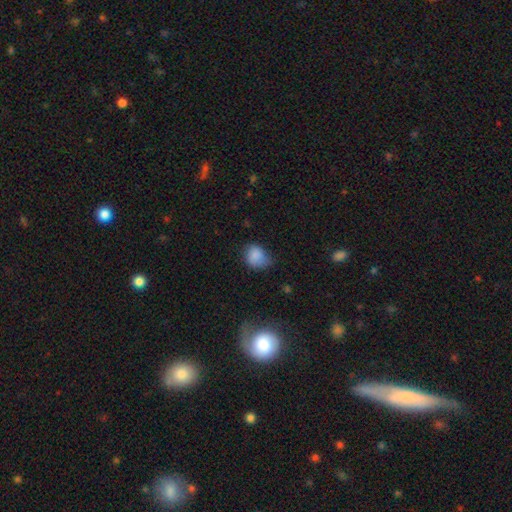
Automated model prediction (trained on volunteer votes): This is clearly a smooth galaxy (81%). How rounded: possibly round (53%). Merging: possibly none (47%).